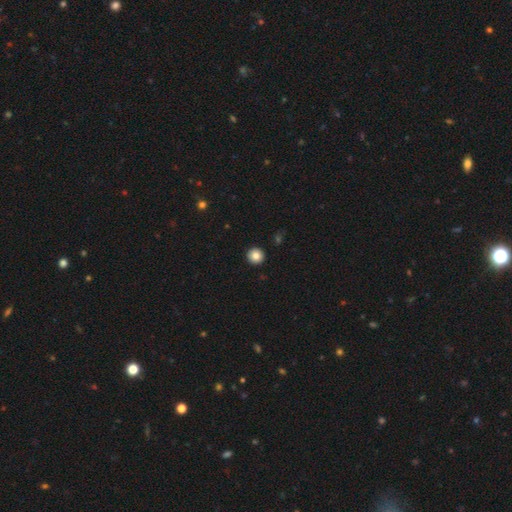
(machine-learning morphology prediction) This is clearly a smooth galaxy (83%). How rounded: clearly round (95%). Merging: clearly none (94%).